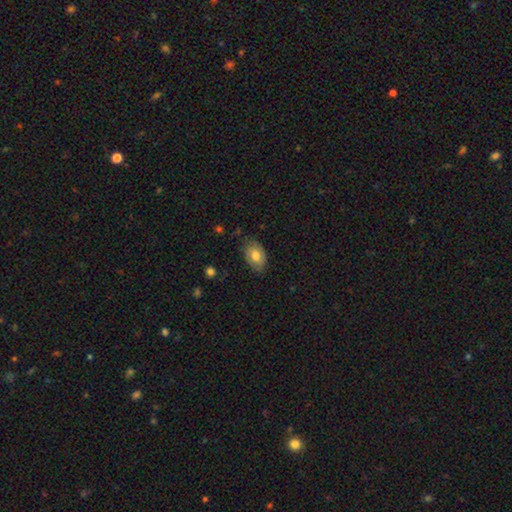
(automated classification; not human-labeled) A smooth galaxy with no disk features (72%) that is in between round and cigar-shaped (89%). Merging: none (75%).